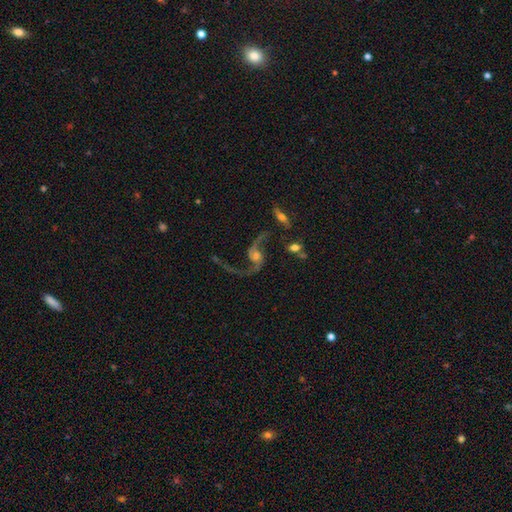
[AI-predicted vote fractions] Q: Smooth or featured?
A: featured or disk (88%); runner-up: star or artifact (7%)
Q: Edge-on disk?
A: no (96%); runner-up: yes (4%)
Q: Bar?
A: no (61%); runner-up: weak (30%)
Q: Spiral arms?
A: yes (96%); runner-up: no (4%)
Q: Spiral winding?
A: loose (84%); runner-up: medium (13%)
Q: Spiral arm count?
A: 2 (90%); runner-up: 1 (5%)
Q: Bulge size?
A: moderate (48%); runner-up: small (36%)
Q: Merging?
A: none (56%); runner-up: major disturbance (20%)